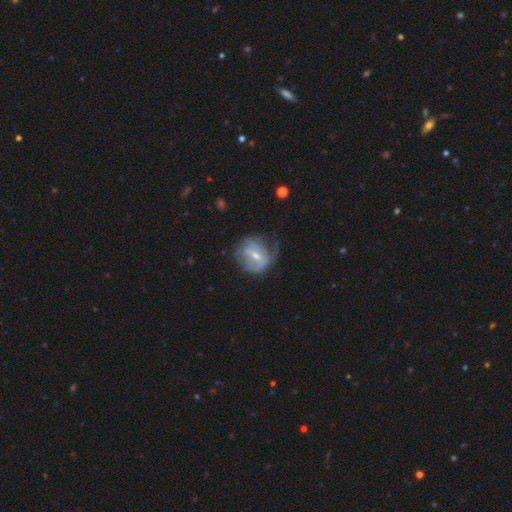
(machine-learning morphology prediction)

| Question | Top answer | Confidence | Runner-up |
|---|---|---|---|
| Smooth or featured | featured or disk | 64% | smooth (29%) |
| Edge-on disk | no | 95% | yes (5%) |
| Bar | weak | 51% | strong (28%) |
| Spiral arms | yes | 67% | no (33%) |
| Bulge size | moderate | 55% | small (38%) |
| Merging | none | 45% | minor disturbance (29%) |